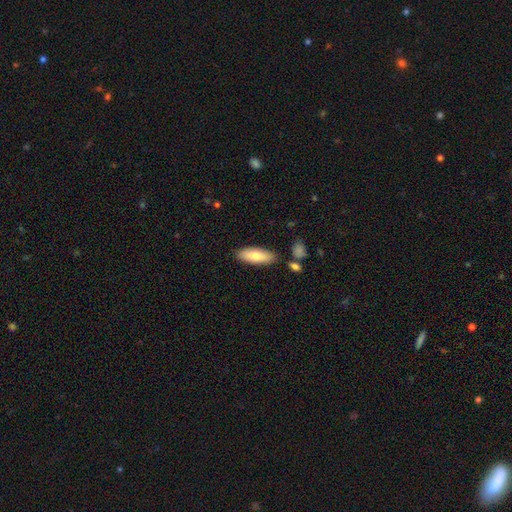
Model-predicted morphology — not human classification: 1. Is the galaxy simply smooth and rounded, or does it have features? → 71% smooth, 23% featured or disk, 6% star or artifact.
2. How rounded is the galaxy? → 67% in between, 31% cigar-shaped, 2% round.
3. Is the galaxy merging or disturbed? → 84% none, 10% minor disturbance, 4% merger, 2% major disturbance.